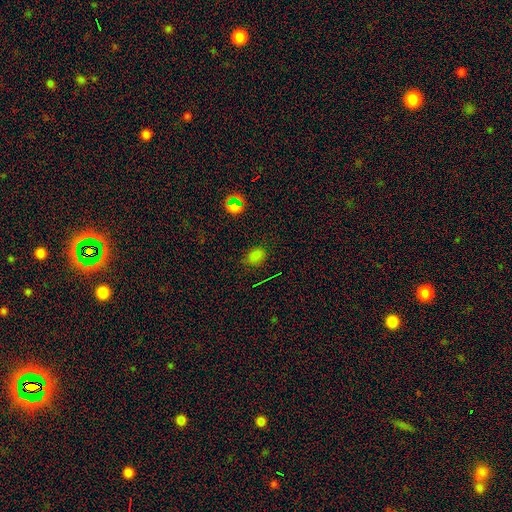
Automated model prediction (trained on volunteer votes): smooth 72%, star or artifact 23%, featured or disk 5%. Down the decision tree: how rounded — in between (72%); merging — none (78%).